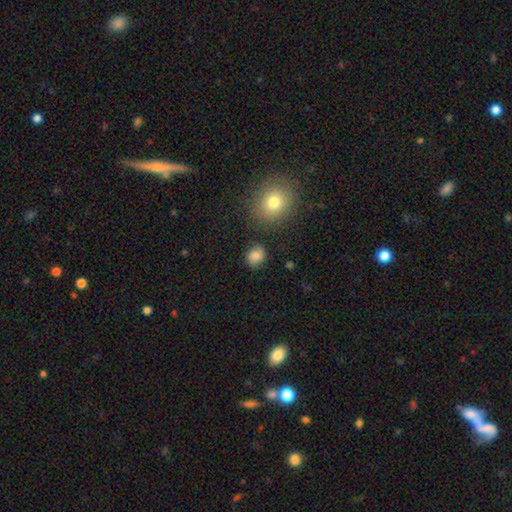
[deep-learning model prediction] Smooth or featured? Predicted: smooth (p=0.78). How rounded? Predicted: round (p=0.66). Merging? Predicted: none (p=0.80).